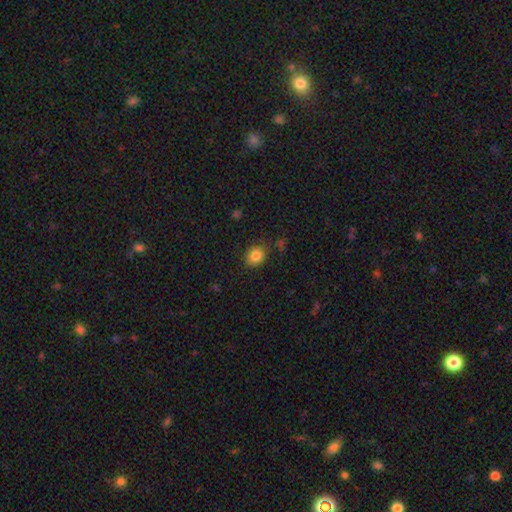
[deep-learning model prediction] Q: Smooth or featured?
A: smooth (83%); runner-up: star or artifact (11%)
Q: How rounded?
A: round (69%); runner-up: in between (30%)
Q: Merging?
A: none (81%); runner-up: minor disturbance (13%)